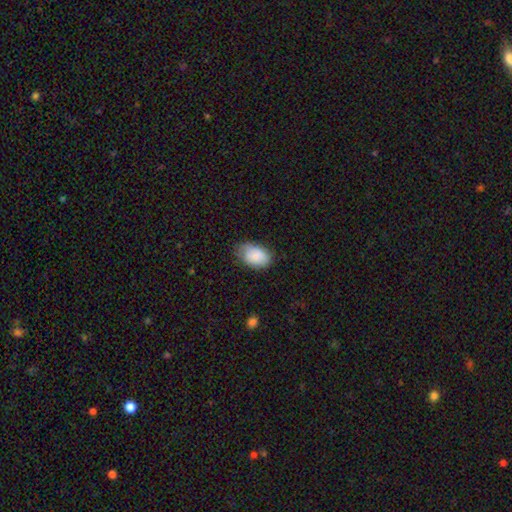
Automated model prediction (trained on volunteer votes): Q: Smooth or featured?
A: smooth (83%); runner-up: featured or disk (10%)
Q: How rounded?
A: in between (90%); runner-up: round (9%)
Q: Merging?
A: none (61%); runner-up: minor disturbance (31%)